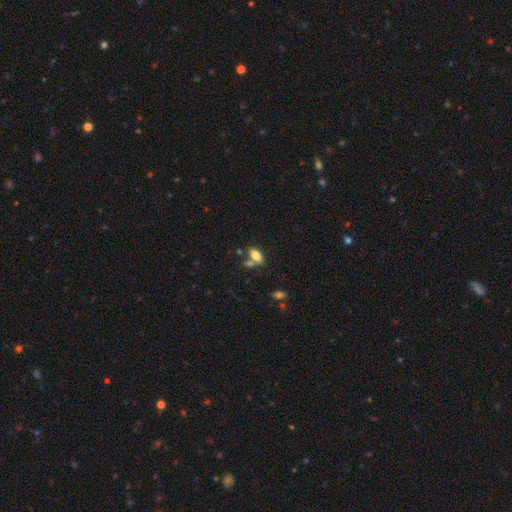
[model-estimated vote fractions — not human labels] This appears to be a smooth galaxy with no disk features (77%) that is in between round and cigar-shaped (88%). Merging: none (52%).